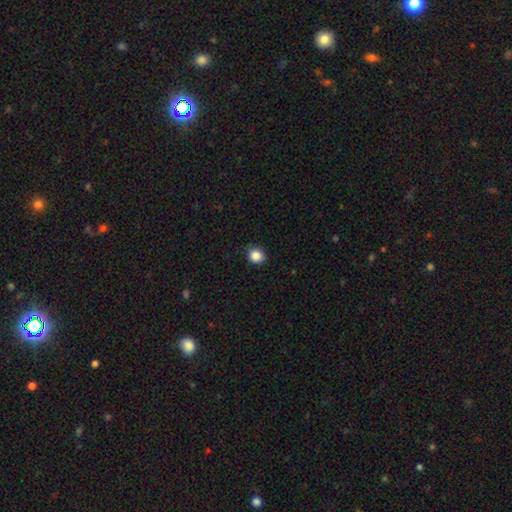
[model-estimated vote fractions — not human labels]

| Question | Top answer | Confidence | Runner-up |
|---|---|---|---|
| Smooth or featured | smooth | 86% | star or artifact (10%) |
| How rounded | round | 82% | in between (17%) |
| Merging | none | 85% | minor disturbance (11%) |